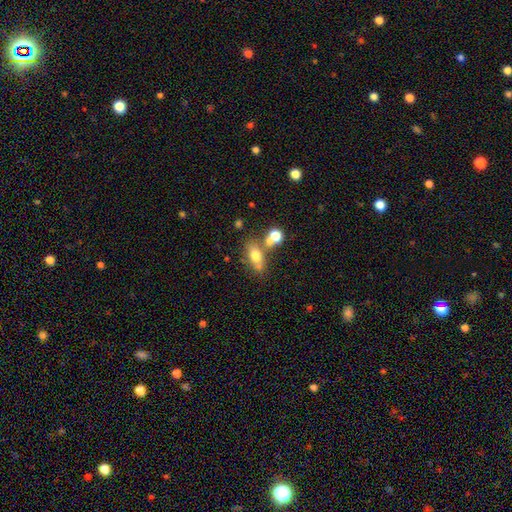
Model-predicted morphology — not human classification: A smooth galaxy with no disk features (70%) that is in between round and cigar-shaped (75%).

Vote fractions:
- Smooth or featured? smooth: 70% / featured or disk: 19% / star or artifact: 11%
- How rounded? in between: 75% / round: 17% / cigar-shaped: 8%
- Merging? none: 50% / merger: 29% / minor disturbance: 14% / major disturbance: 7%